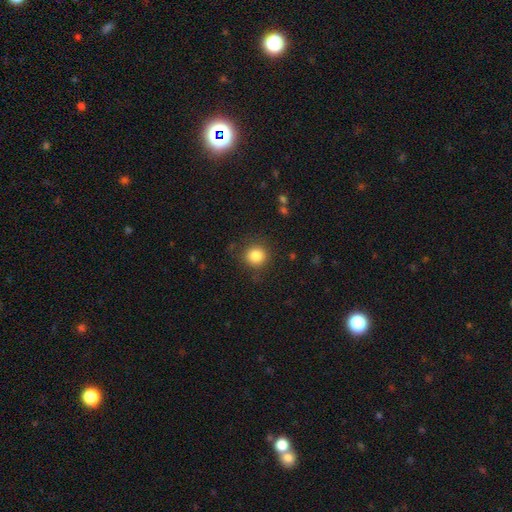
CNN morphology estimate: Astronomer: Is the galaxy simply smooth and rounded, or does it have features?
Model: smooth — 84%.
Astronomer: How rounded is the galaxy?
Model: round — 92%.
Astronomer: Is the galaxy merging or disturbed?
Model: none — 85%.